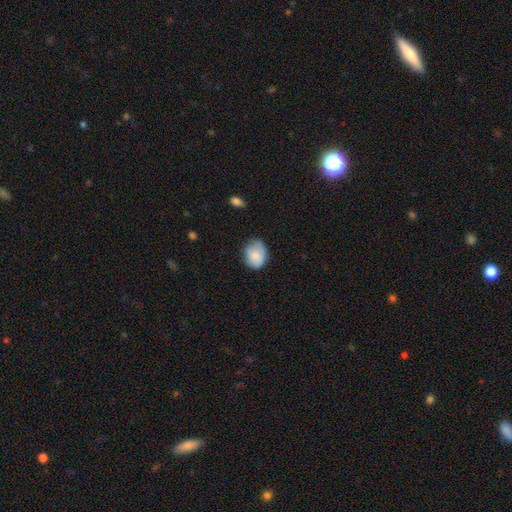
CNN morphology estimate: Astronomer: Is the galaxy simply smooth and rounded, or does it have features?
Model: smooth — 80%.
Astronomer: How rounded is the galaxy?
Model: in between — 55% (runner-up: round, 44%).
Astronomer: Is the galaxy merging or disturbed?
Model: none — 57% (runner-up: minor disturbance, 34%).